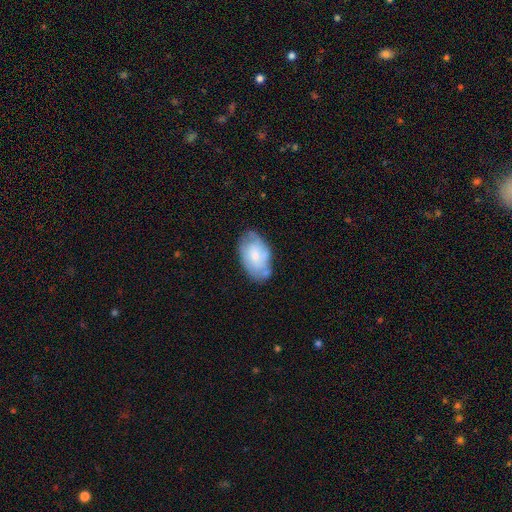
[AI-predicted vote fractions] Overall: smooth (54%; featured or disk 39%). How rounded: in between (92%). Merging: none (62%; minor disturbance 26%).